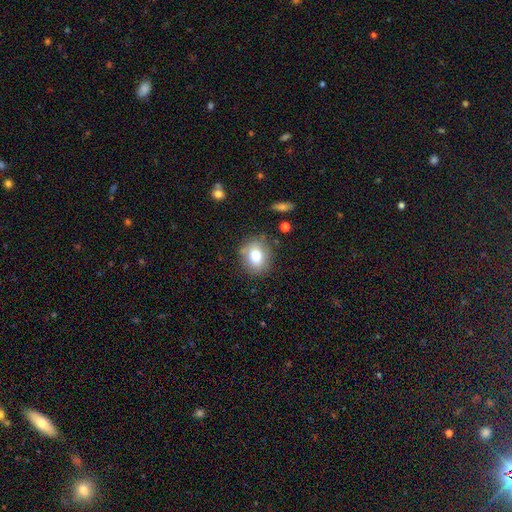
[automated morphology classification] The model was most divided on "how rounded": round: 57%, in between: 42%, cigar-shaped: 1%. More confident: merging — none (79%); smooth or featured — smooth (78%).